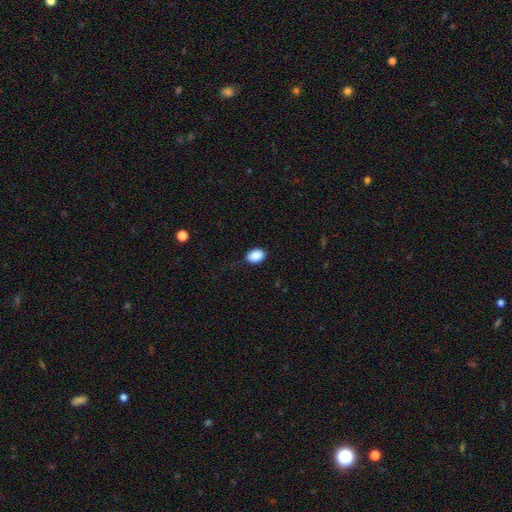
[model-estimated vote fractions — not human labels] Overall: smooth (89%). How rounded: in between (75%). Merging: none (79%).